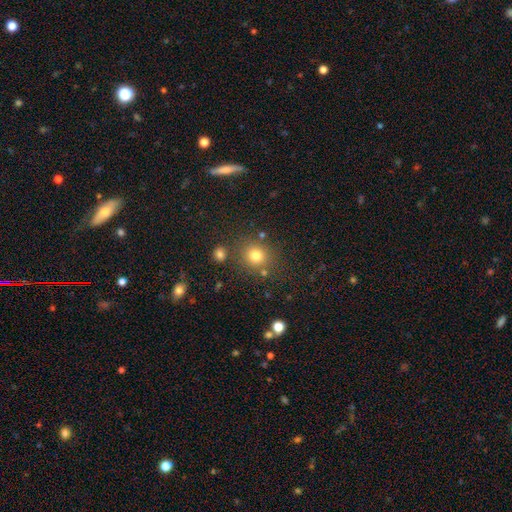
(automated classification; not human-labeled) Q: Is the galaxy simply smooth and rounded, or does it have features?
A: smooth — 78%.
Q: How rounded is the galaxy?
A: round — 86%.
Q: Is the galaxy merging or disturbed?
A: none — 79%.